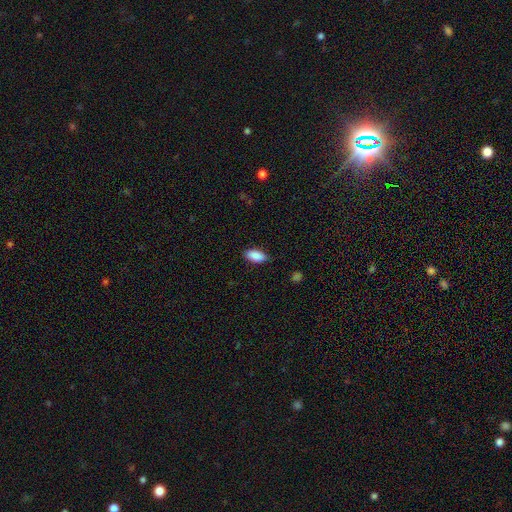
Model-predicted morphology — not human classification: This appears to be a smooth galaxy with no disk features (89%) that is in between round and cigar-shaped (93%). Merging: none (83%).